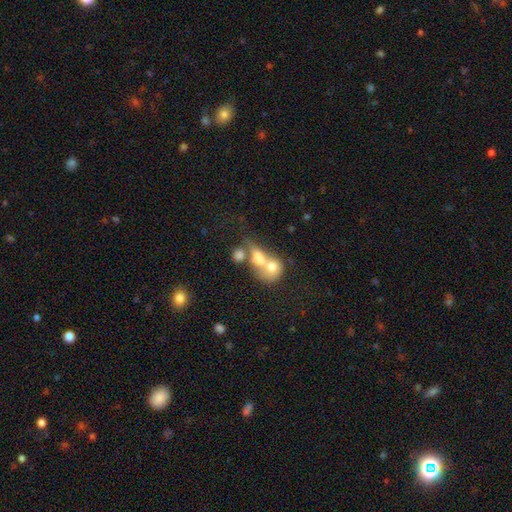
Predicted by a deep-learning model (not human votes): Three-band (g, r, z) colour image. It shows a smooth galaxy with no disk features (50%) that is round (52%). Merging: merger (69%).